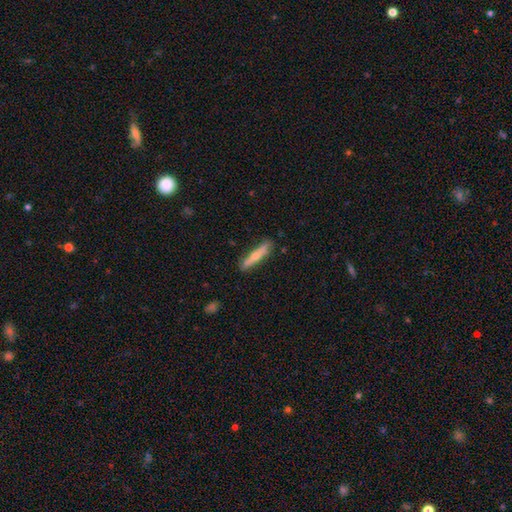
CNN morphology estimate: type=smooth (51%); roundness=cigar-shaped (89%); merging=none (83%).